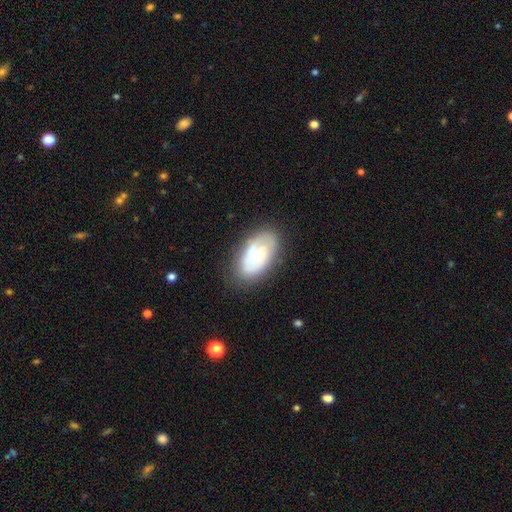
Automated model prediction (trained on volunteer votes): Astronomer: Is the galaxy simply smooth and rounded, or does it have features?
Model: featured or disk — 53% (runner-up: smooth, 40%).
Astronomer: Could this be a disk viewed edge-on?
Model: no — 94%.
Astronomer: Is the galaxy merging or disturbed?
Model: none — 73%.